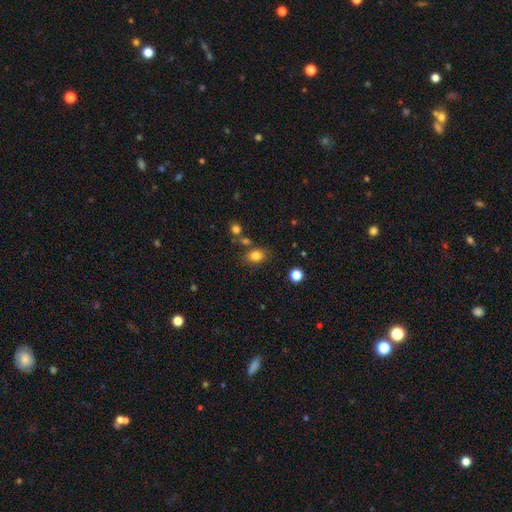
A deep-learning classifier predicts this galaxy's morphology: Smooth or featured: smooth — 81% (star or artifact — 12%)
How rounded: in between — 65% (round — 34%)
Merging: none — 72% (minor disturbance — 14%)